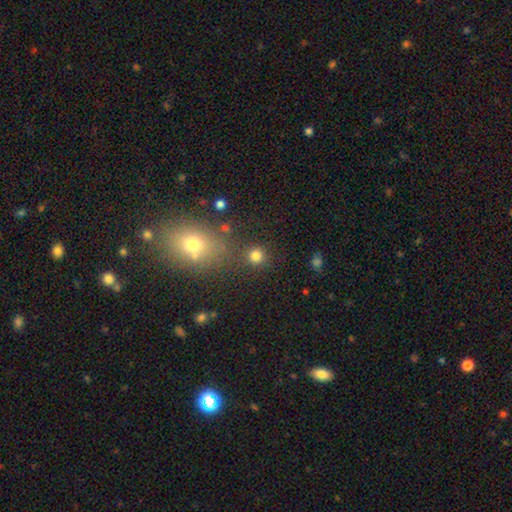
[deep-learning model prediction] This is likely a smooth galaxy (80%). How rounded: clearly round (92%). Merging: clearly none (83%).